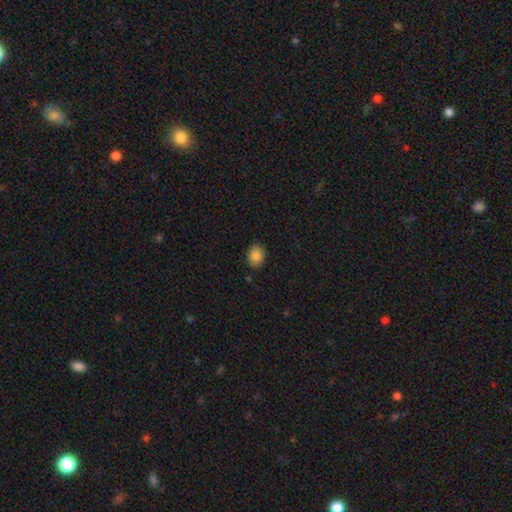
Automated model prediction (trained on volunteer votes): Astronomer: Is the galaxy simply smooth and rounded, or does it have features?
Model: smooth — 85%.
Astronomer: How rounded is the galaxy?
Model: in between — 56% (runner-up: round, 44%).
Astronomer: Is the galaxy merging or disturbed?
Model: none — 86%.